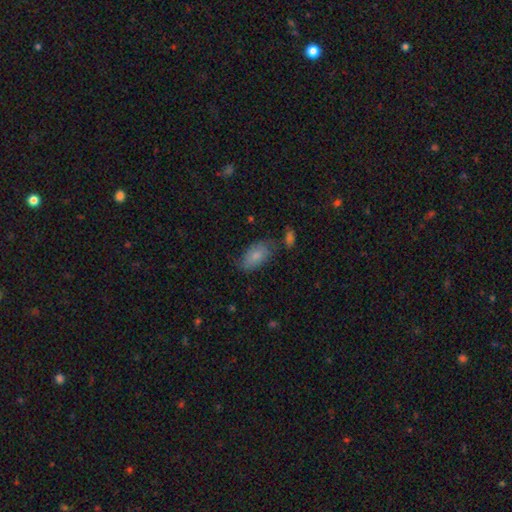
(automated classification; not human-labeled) The model was most divided on "merging": none: 66%, minor disturbance: 22%, major disturbance: 6%, merger: 6%. More confident: how rounded — in between (94%); smooth or featured — smooth (81%).